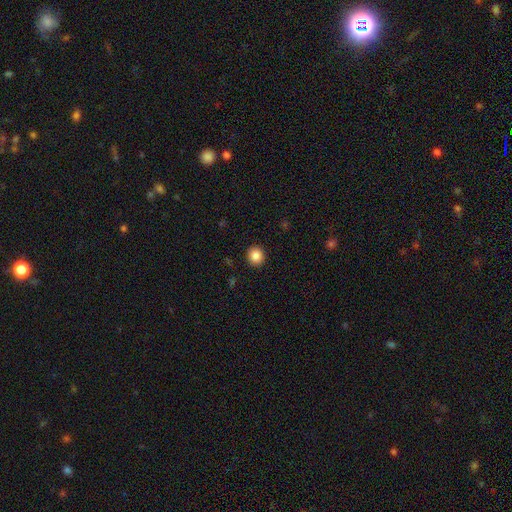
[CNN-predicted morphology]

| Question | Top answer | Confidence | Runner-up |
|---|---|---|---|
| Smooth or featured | smooth | 87% | star or artifact (9%) |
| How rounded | round | 88% | in between (12%) |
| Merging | none | 92% | minor disturbance (5%) |